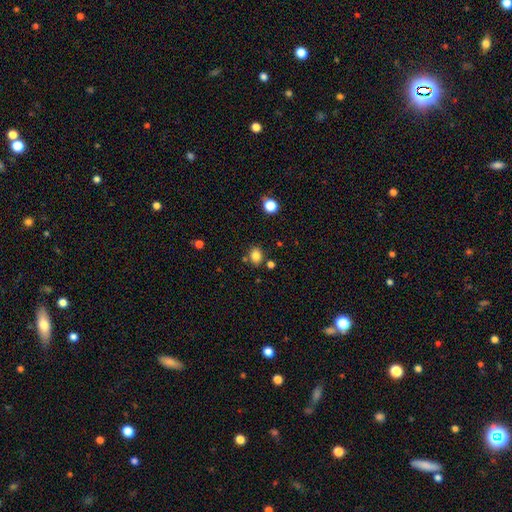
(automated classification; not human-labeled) Smooth or featured? Predicted: smooth (p=0.82). How rounded? Predicted: round (p=0.52). Merging? Predicted: none (p=0.78).